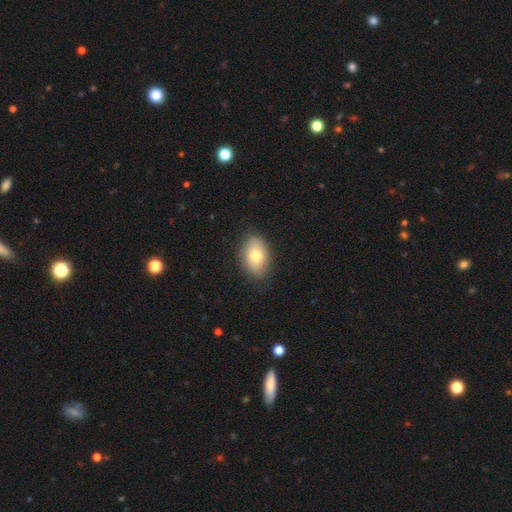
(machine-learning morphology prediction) Smooth or featured?
  - smooth: 76% *
  - featured or disk: 16%
  - star or artifact: 7%
How rounded?
  - in between: 86% *
  - round: 13%
  - cigar-shaped: 1%
Merging?
  - none: 84% *
  - minor disturbance: 12%
  - major disturbance: 3%
  - merger: 1%